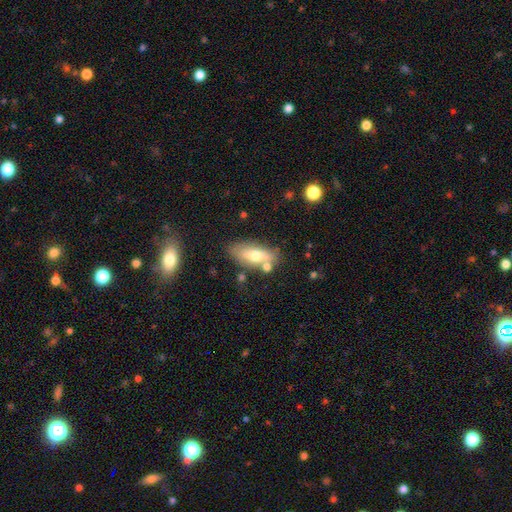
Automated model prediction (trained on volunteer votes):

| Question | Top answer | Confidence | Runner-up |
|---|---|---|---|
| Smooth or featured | smooth | 62% | featured or disk (31%) |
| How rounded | in between | 76% | cigar-shaped (20%) |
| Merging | none | 69% | minor disturbance (16%) |